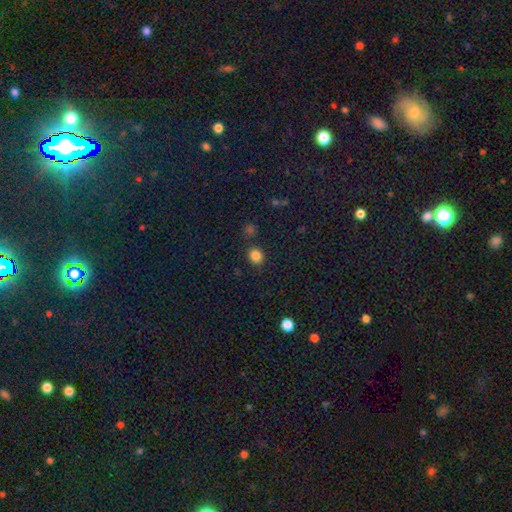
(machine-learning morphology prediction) smooth 84%, star or artifact 13%, featured or disk 4%. Down the decision tree: how rounded — round (78%); merging — none (84%).